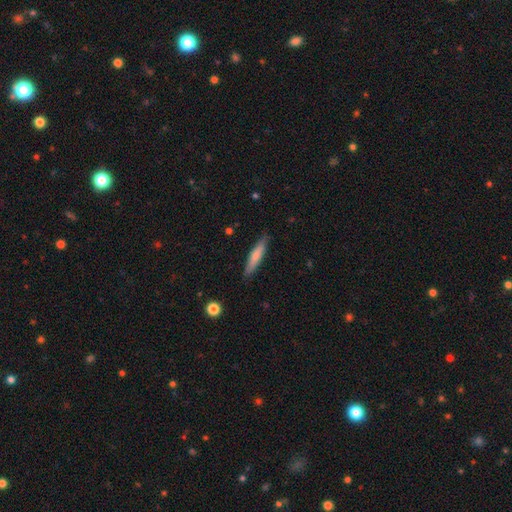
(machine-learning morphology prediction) This is likely a smooth galaxy (70%). How rounded: clearly cigar-shaped (88%). Merging: clearly none (87%).